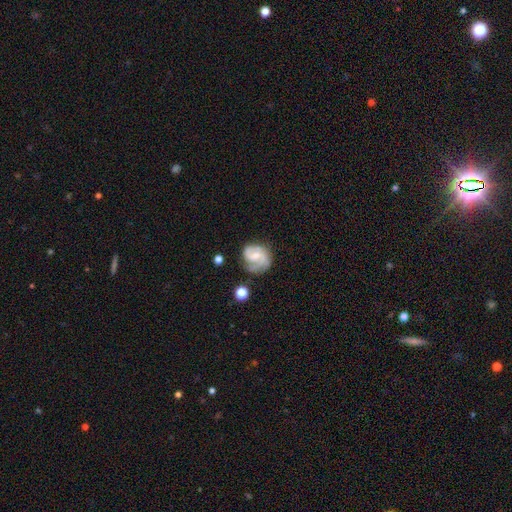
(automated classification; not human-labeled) Smooth or featured: featured or disk — 80% (smooth — 14%)
Edge-on disk: no — 98% (yes — 2%)
Bar: no — 52% (weak — 40%)
Spiral arms: yes — 96% (no — 4%)
Spiral winding: medium — 47% (tight — 38%)
Spiral arm count: 2 — 57% (3 — 22%)
Bulge size: small — 57% (moderate — 37%)
Merging: none — 63% (minor disturbance — 23%)